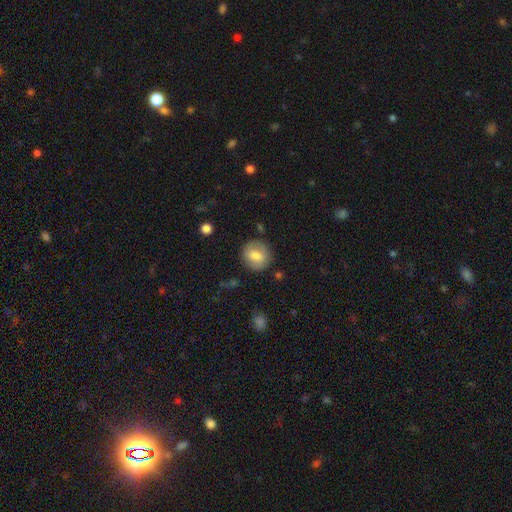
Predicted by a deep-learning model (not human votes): Q: Smooth or featured?
A: smooth (71%); runner-up: featured or disk (22%)
Q: How rounded?
A: round (83%); runner-up: in between (16%)
Q: Merging?
A: none (83%); runner-up: minor disturbance (11%)